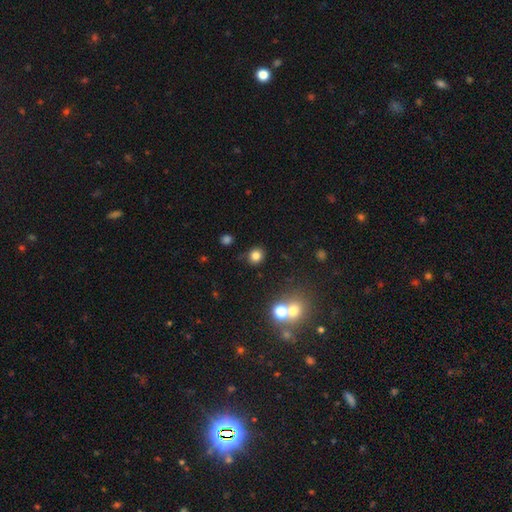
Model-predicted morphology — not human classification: smooth_or_featured: smooth (p=0.80) [alt: star or artifact p=0.14]
how_rounded: round (p=0.80) [alt: in between p=0.19]
merging: none (p=0.82) [alt: minor disturbance p=0.11]